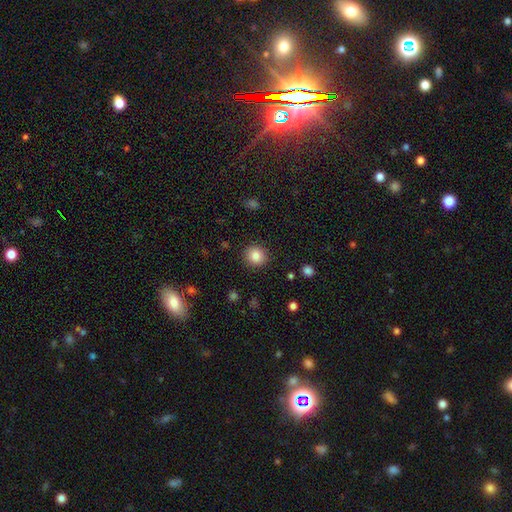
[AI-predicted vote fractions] Smooth or featured: smooth — 85% (star or artifact — 10%)
How rounded: round — 88% (in between — 11%)
Merging: none — 90% (minor disturbance — 6%)